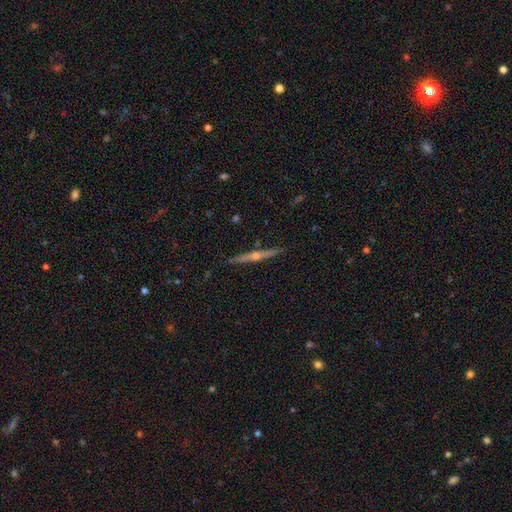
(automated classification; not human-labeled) A featured or disk galaxy (77%) viewed edge-on (98%) with a rounded central bulge (85%).

Vote fractions:
- Smooth or featured? featured or disk: 77% / smooth: 17% / star or artifact: 7%
- Edge-on disk? yes: 98% / no: 2%
- Edge-on bulge? rounded: 85% / none: 11% / boxy: 4%
- Merging? none: 90% / minor disturbance: 7% / major disturbance: 1% / merger: 1%